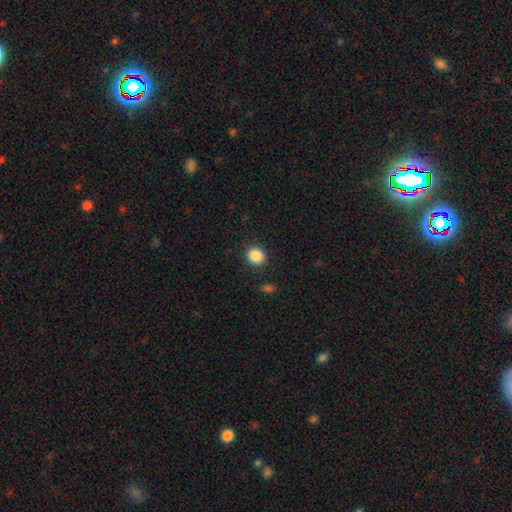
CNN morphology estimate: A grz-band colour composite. It shows a smooth galaxy with no disk features (87%) that is round (87%). Merging: none (89%).